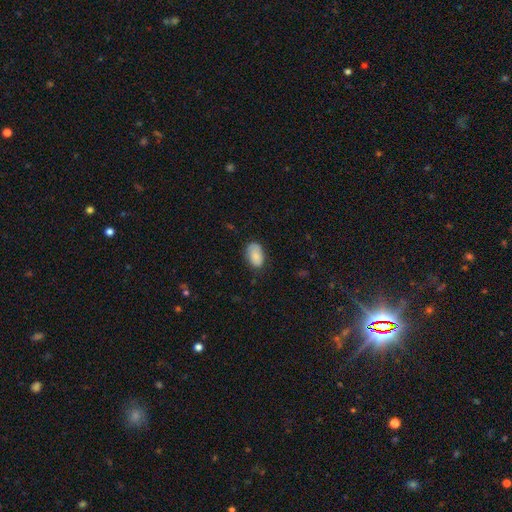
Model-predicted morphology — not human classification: A smooth galaxy with no disk features (81%) that is in between round and cigar-shaped (91%).

Vote fractions:
- Smooth or featured? smooth: 81% / featured or disk: 12% / star or artifact: 7%
- How rounded? in between: 91% / round: 8% / cigar-shaped: 1%
- Merging? none: 68% / minor disturbance: 26% / major disturbance: 5% / merger: 1%